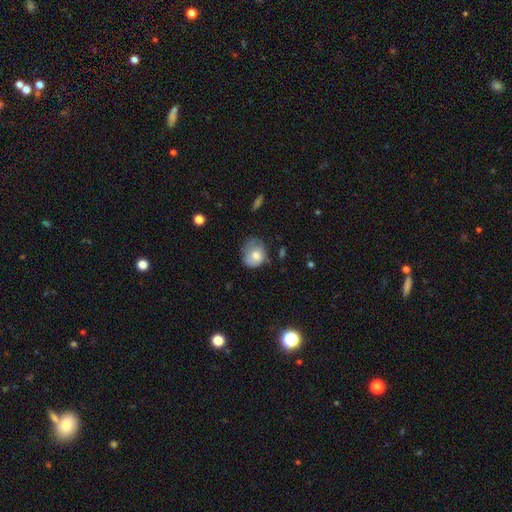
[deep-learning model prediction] Smooth or featured? Predicted: smooth (p=0.74). How rounded? Predicted: round (p=0.58). Merging? Predicted: none (p=0.42).